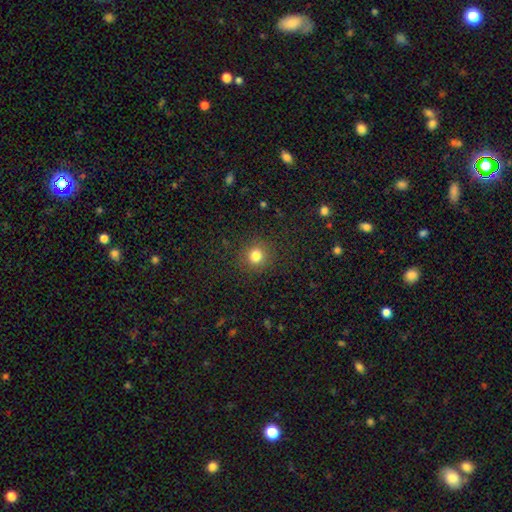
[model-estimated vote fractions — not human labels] smooth-or-featured: smooth: 81% | star or artifact: 13% | featured or disk: 6%
  how-rounded: round: 90% | in between: 9% | cigar-shaped: 1%
  merging: none: 89% | minor disturbance: 7% | major disturbance: 3% | merger: 1%